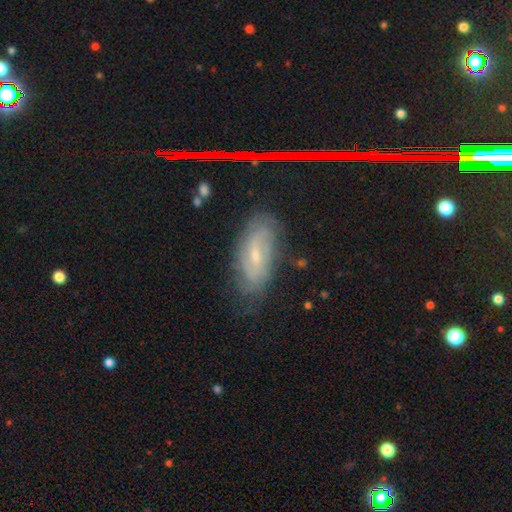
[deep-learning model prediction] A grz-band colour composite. It shows a featured or disk galaxy (62%) with a weak bar (51%), spiral arms (81%) and a small central bulge (65%). Merging: none (71%).